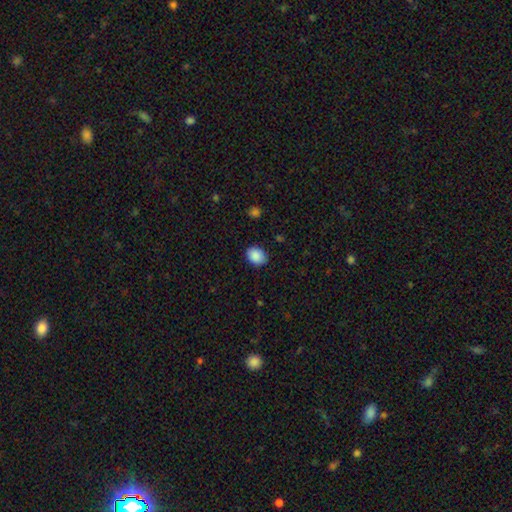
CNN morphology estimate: Q: Smooth or featured?
A: smooth (89%); runner-up: star or artifact (8%)
Q: How rounded?
A: in between (57%); runner-up: round (42%)
Q: Merging?
A: none (84%); runner-up: minor disturbance (12%)